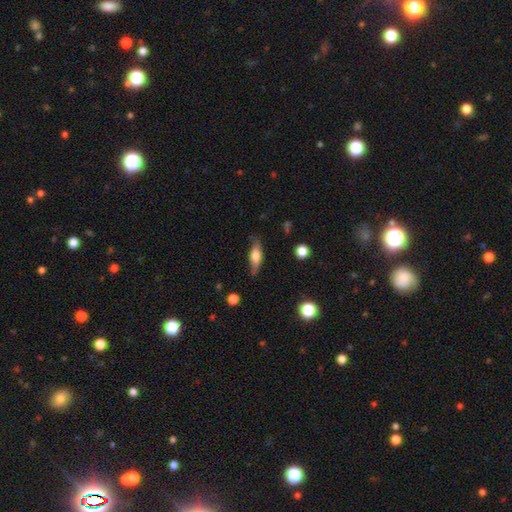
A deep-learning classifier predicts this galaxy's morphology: smooth-or-featured: smooth: 50% | featured or disk: 43% | star or artifact: 7%
  how-rounded: in between: 55% | cigar-shaped: 41% | round: 4%
  merging: none: 75% | minor disturbance: 19% | major disturbance: 4% | merger: 2%